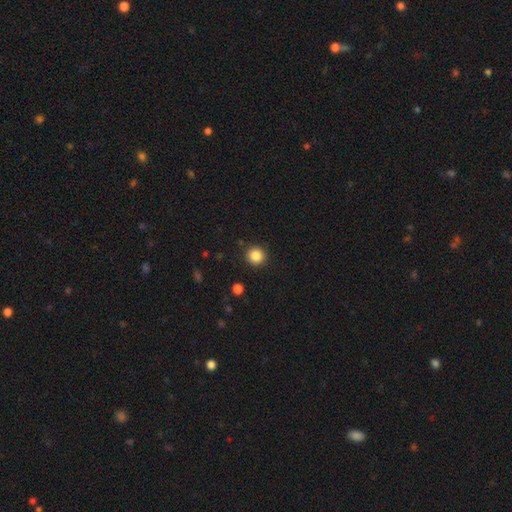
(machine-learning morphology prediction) type=smooth (86%); roundness=round (93%); merging=none (91%).